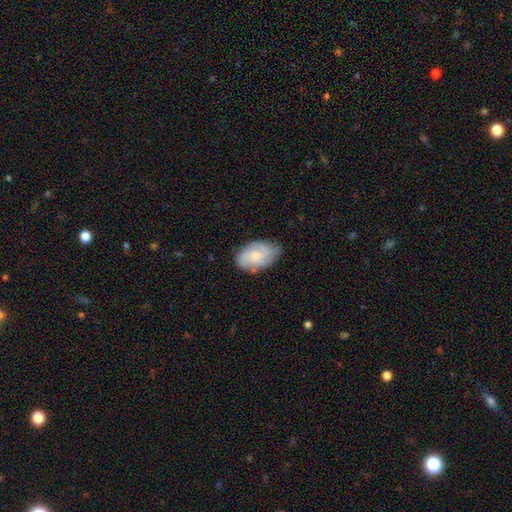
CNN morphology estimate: Smooth or featured? featured or disk (52%)
Edge-on disk? no (96%)
Bar? no (70%)
Spiral arms? yes (88%)
Bulge size? small (51%)
Merging? none (71%)